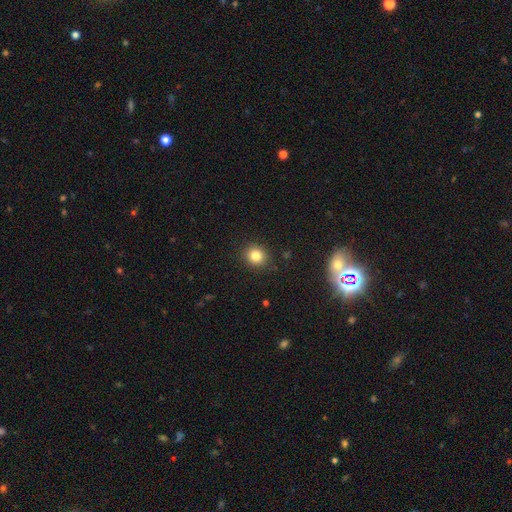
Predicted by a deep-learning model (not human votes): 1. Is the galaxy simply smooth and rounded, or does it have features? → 83% smooth, 12% star or artifact, 6% featured or disk.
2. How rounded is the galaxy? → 84% round, 15% in between, 1% cigar-shaped.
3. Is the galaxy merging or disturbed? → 89% none, 7% minor disturbance, 2% major disturbance, 1% merger.